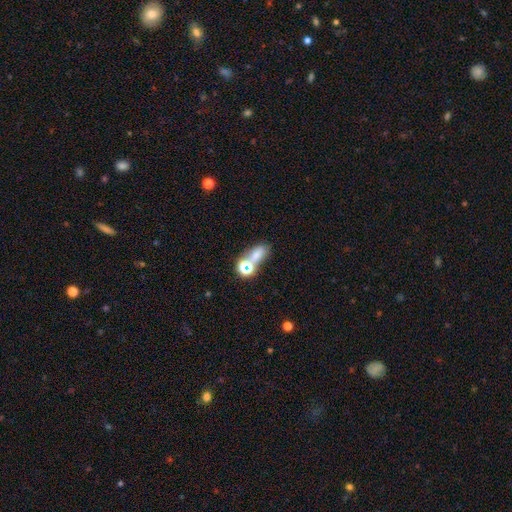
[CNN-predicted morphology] Q: Smooth or featured?
A: smooth (62%); runner-up: star or artifact (24%)
Q: How rounded?
A: in between (73%); runner-up: round (22%)
Q: Merging?
A: none (45%); runner-up: merger (35%)